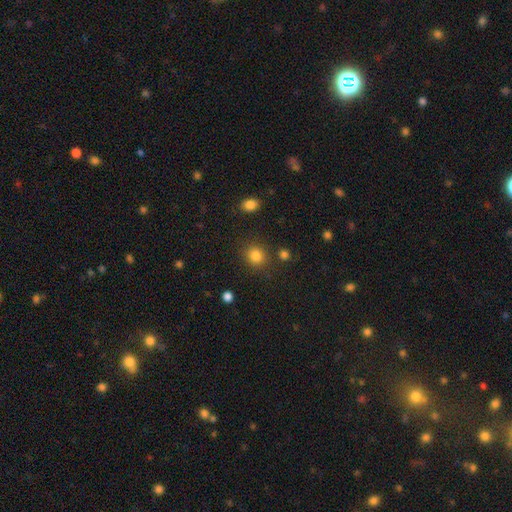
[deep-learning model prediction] Smooth or featured: smooth — 84% (star or artifact — 12%)
How rounded: round — 84% (in between — 15%)
Merging: none — 85% (minor disturbance — 8%)